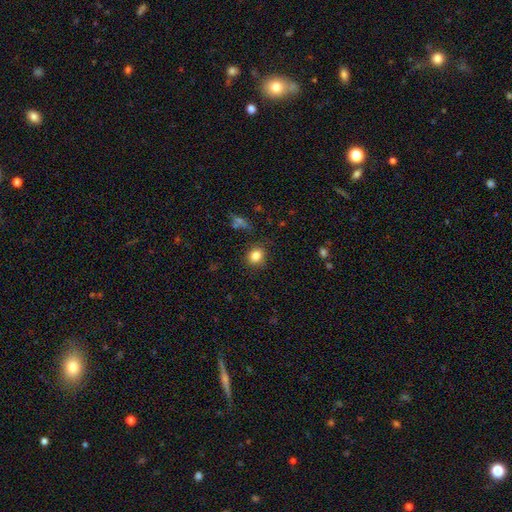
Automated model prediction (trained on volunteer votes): smooth_or_featured: smooth (p=0.83) [alt: star or artifact p=0.11]
how_rounded: round (p=0.74) [alt: in between p=0.25]
merging: none (p=0.84) [alt: minor disturbance p=0.11]